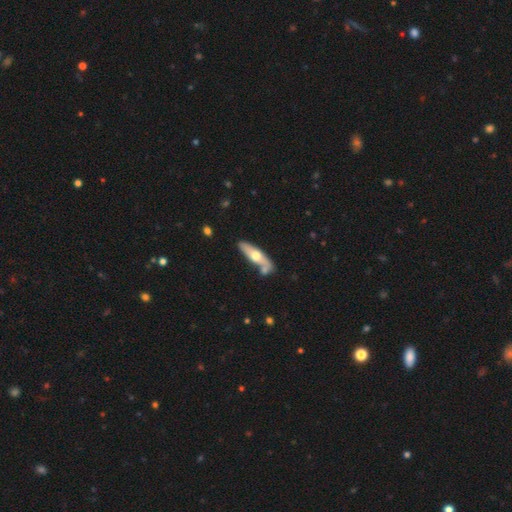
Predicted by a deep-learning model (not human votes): Overall: smooth (49%; featured or disk 46%). Merging: none (64%).